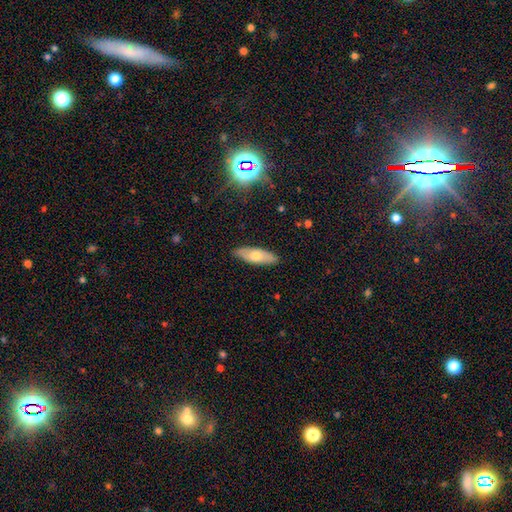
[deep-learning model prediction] A smooth galaxy with no disk features (60%) that is in between round and cigar-shaped (70%).

Vote fractions:
- Smooth or featured? smooth: 60% / featured or disk: 33% / star or artifact: 6%
- How rounded? in between: 70% / cigar-shaped: 28% / round: 2%
- Merging? none: 86% / minor disturbance: 11% / major disturbance: 2% / merger: 1%